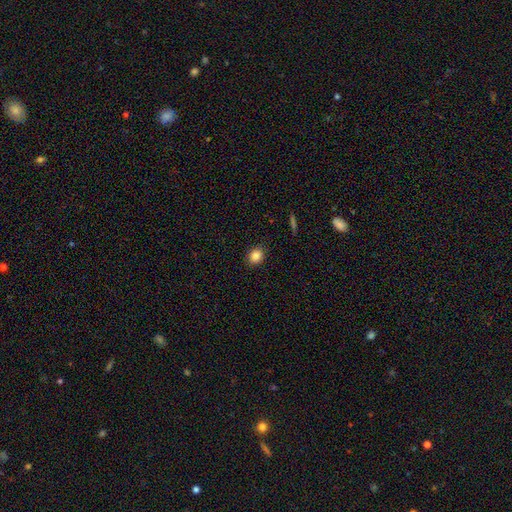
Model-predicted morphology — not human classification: Smooth or featured? smooth (84%)
How rounded? round (60%)
Merging? none (89%)